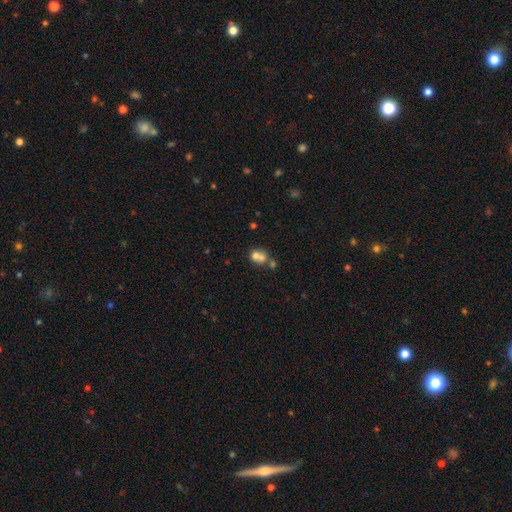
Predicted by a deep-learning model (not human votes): smooth 66%, featured or disk 21%, star or artifact 13%. Down the decision tree: how rounded — round (67%); merging — merger (62%).